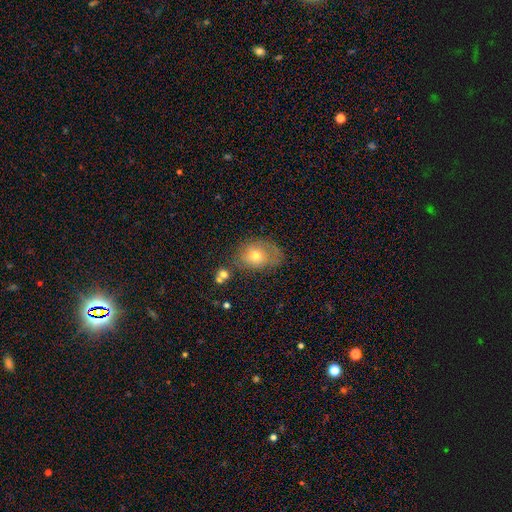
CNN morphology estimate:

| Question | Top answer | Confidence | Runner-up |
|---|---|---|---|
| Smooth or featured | smooth | 62% | featured or disk (27%) |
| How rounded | in between | 70% | round (29%) |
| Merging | none | 52% | minor disturbance (29%) |